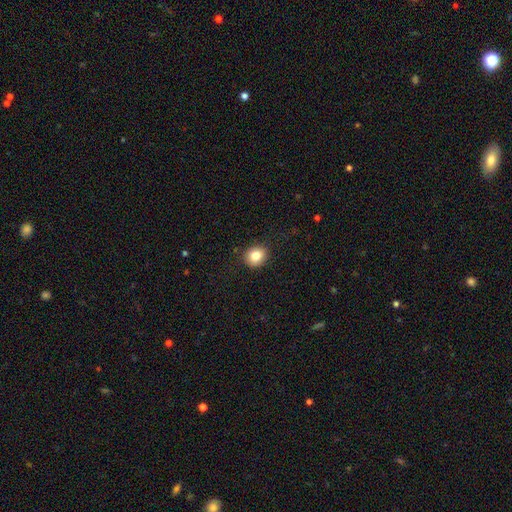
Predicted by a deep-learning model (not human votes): Smooth or featured?
  - smooth: 82% *
  - star or artifact: 10%
  - featured or disk: 8%
How rounded?
  - round: 78% *
  - in between: 21%
  - cigar-shaped: 1%
Merging?
  - none: 90% *
  - minor disturbance: 7%
  - major disturbance: 2%
  - merger: 1%